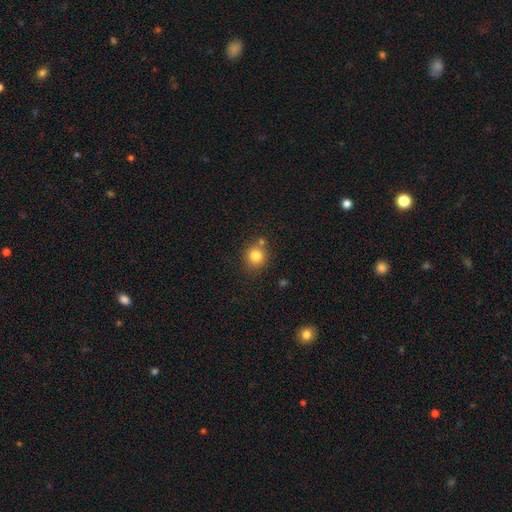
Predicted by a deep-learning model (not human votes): smooth-or-featured: smooth: 82% | star or artifact: 11% | featured or disk: 7%
  how-rounded: round: 87% | in between: 12% | cigar-shaped: 1%
  merging: none: 72% | merger: 14% | minor disturbance: 11% | major disturbance: 3%